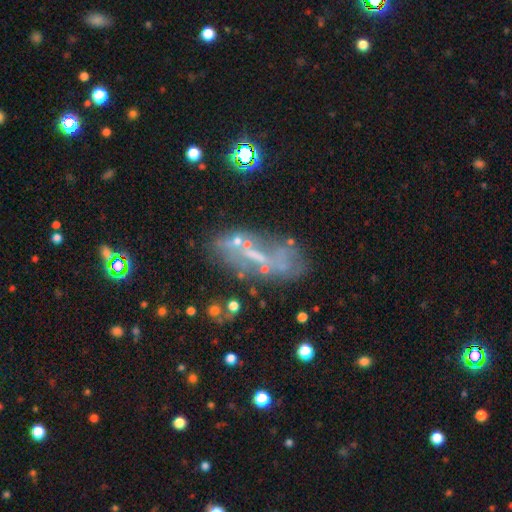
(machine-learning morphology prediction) smooth-or-featured: featured or disk: 56% | smooth: 23% | star or artifact: 21%
  disk-edge-on: no: 86% | yes: 14%
  merging: none: 47% | major disturbance: 20% | minor disturbance: 19% | merger: 14%